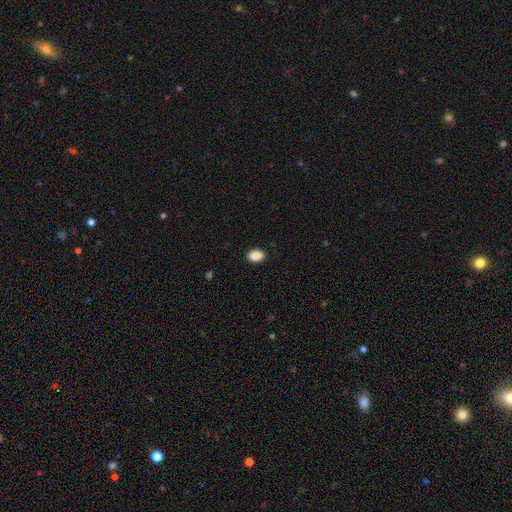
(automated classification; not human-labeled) Overall: smooth (89%). How rounded: in between (83%). Merging: none (88%).